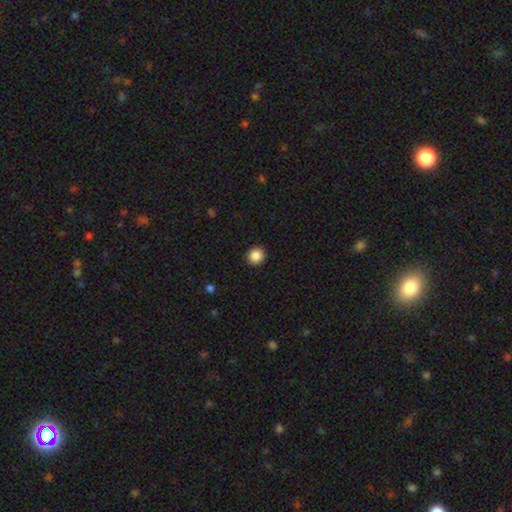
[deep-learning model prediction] A smooth galaxy with no disk features (87%) that is round (92%).

Vote fractions:
- Smooth or featured? smooth: 87% / star or artifact: 9% / featured or disk: 3%
- How rounded? round: 92% / in between: 7% / cigar-shaped: 1%
- Merging? none: 92% / minor disturbance: 5% / major disturbance: 2% / merger: 1%